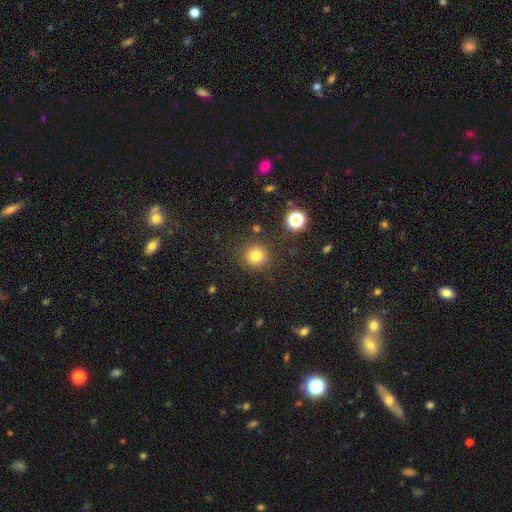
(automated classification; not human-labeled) Smooth or featured?
  - smooth: 78% *
  - star or artifact: 15%
  - featured or disk: 6%
How rounded?
  - round: 93% *
  - in between: 6%
  - cigar-shaped: 1%
Merging?
  - none: 87% *
  - minor disturbance: 7%
  - major disturbance: 3%
  - merger: 3%